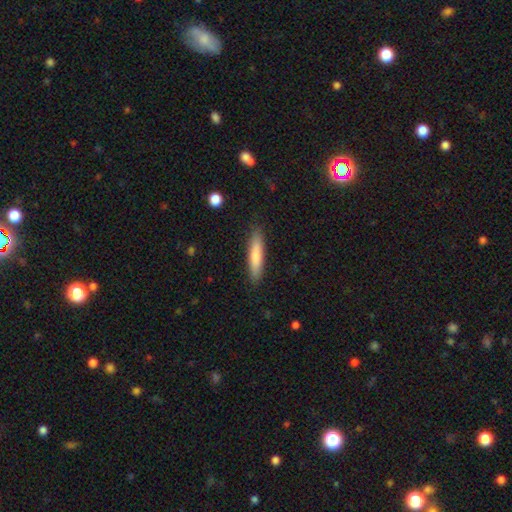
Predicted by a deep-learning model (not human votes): Morphology: type=smooth (79%); roundness=cigar-shaped (85%); merging=none (88%).